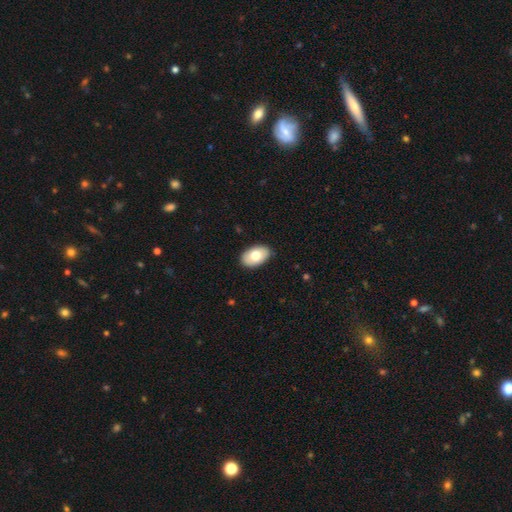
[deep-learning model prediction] Smooth or featured? smooth (72%)
How rounded? in between (92%)
Merging? none (87%)